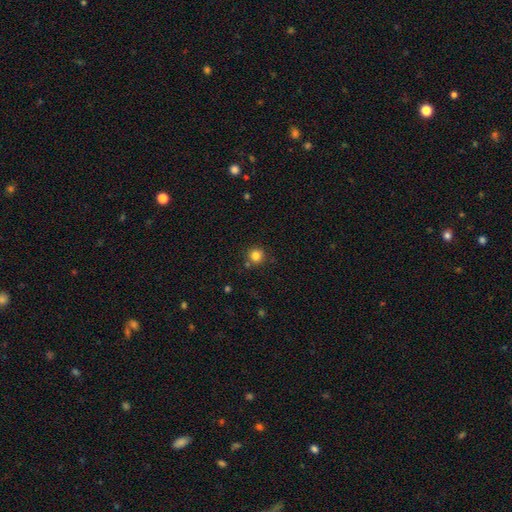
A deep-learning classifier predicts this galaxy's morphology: Smooth or featured? Predicted: smooth (p=0.82). How rounded? Predicted: round (p=0.94). Merging? Predicted: none (p=0.83).